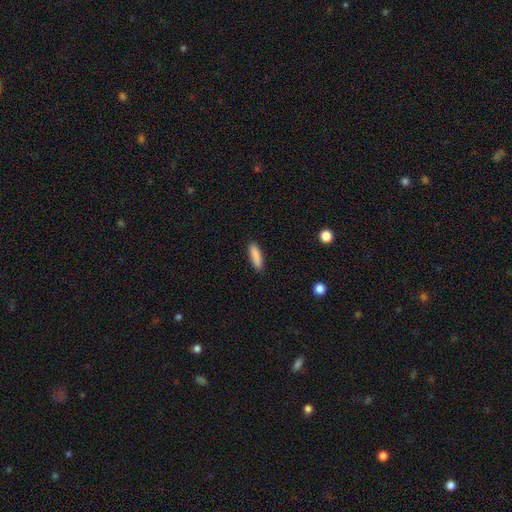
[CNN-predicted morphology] A smooth galaxy with no disk features (88%) that is cigar-shaped (63%).

Vote fractions:
- Smooth or featured? smooth: 88% / star or artifact: 7% / featured or disk: 5%
- How rounded? cigar-shaped: 63% / in between: 35% / round: 2%
- Merging? none: 87% / minor disturbance: 9% / major disturbance: 2% / merger: 1%